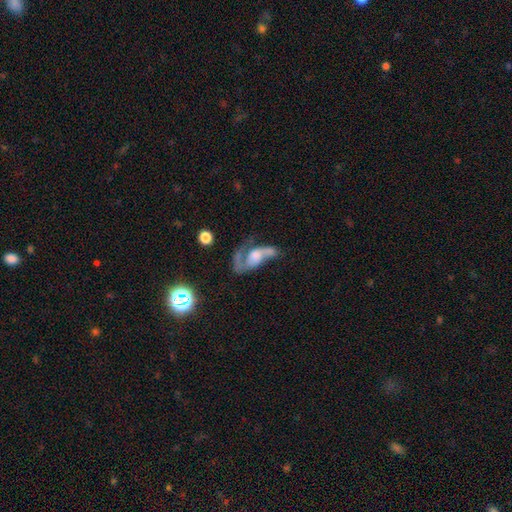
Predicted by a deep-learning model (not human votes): Q: Smooth or featured?
A: featured or disk (72%); runner-up: smooth (18%)
Q: Edge-on disk?
A: no (94%); runner-up: yes (6%)
Q: Bar?
A: no (63%); runner-up: weak (28%)
Q: Spiral arms?
A: yes (84%); runner-up: no (16%)
Q: Spiral winding?
A: loose (57%); runner-up: medium (33%)
Q: Spiral arm count?
A: 2 (62%); runner-up: 1 (29%)
Q: Bulge size?
A: moderate (34%); runner-up: small (24%)
Q: Merging?
A: major disturbance (39%); runner-up: none (27%)